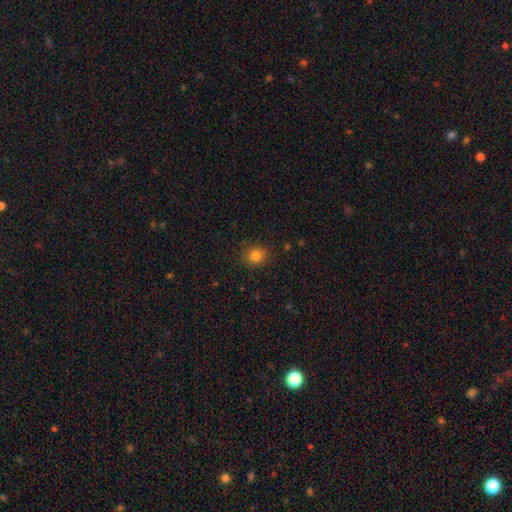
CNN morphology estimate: Smooth or featured?
  - smooth: 82% *
  - star or artifact: 13%
  - featured or disk: 6%
How rounded?
  - round: 79% *
  - in between: 20%
  - cigar-shaped: 1%
Merging?
  - none: 87% *
  - minor disturbance: 9%
  - major disturbance: 3%
  - merger: 1%